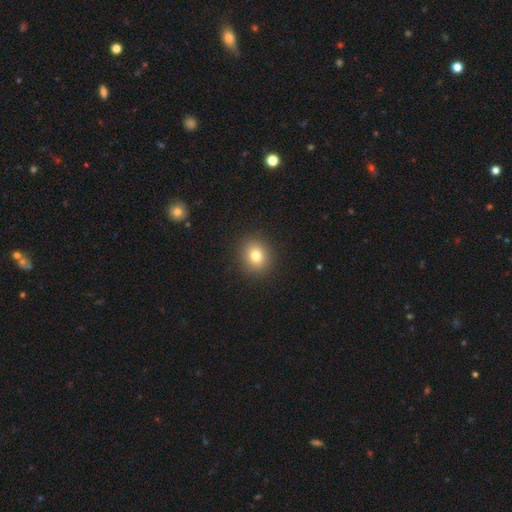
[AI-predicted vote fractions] Smooth or featured: smooth — 79% (star or artifact — 12%)
How rounded: round — 75% (in between — 24%)
Merging: none — 91% (minor disturbance — 6%)